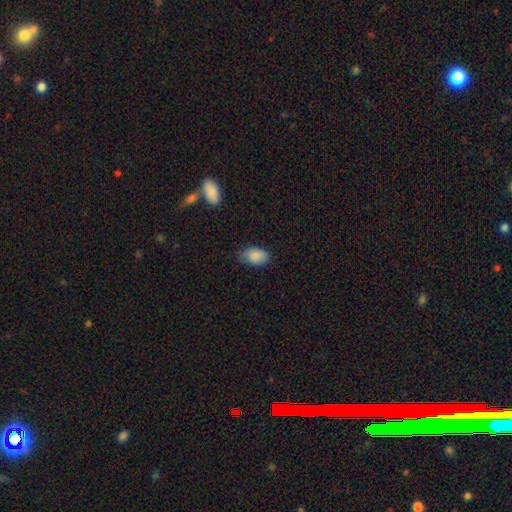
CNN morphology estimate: A smooth galaxy with no disk features (88%) that is in between round and cigar-shaped (90%).

Vote fractions:
- Smooth or featured? smooth: 88% / star or artifact: 7% / featured or disk: 5%
- How rounded? in between: 90% / round: 8% / cigar-shaped: 1%
- Merging? none: 67% / minor disturbance: 27% / major disturbance: 5% / merger: 1%